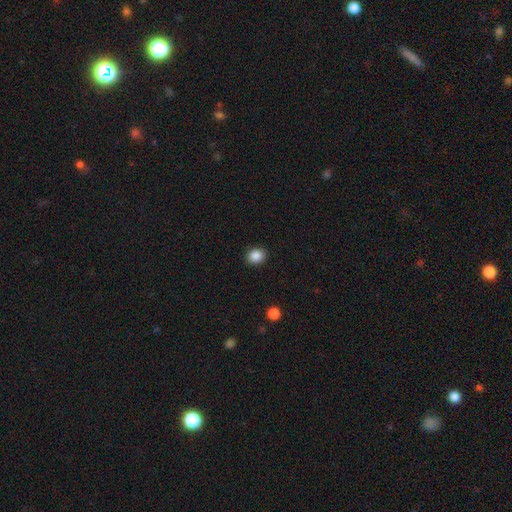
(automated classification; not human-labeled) smooth_or_featured: smooth (p=0.87) [alt: star or artifact p=0.09]
how_rounded: round (p=0.63) [alt: in between p=0.36]
merging: none (p=0.90) [alt: minor disturbance p=0.07]